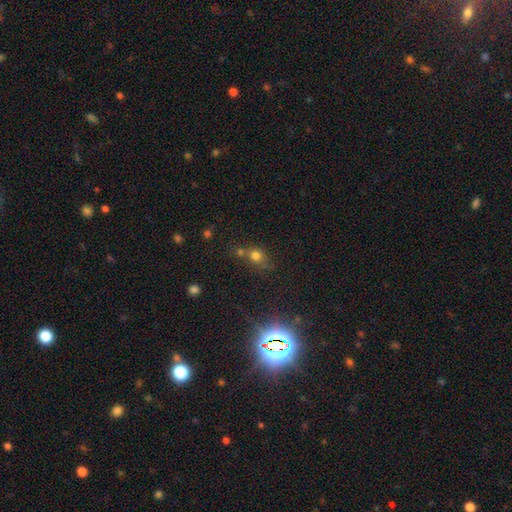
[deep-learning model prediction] The model was most divided on "merging": none: 51%, merger: 30%, minor disturbance: 13%, major disturbance: 6%. More confident: how rounded — round (73%); smooth or featured — smooth (71%).